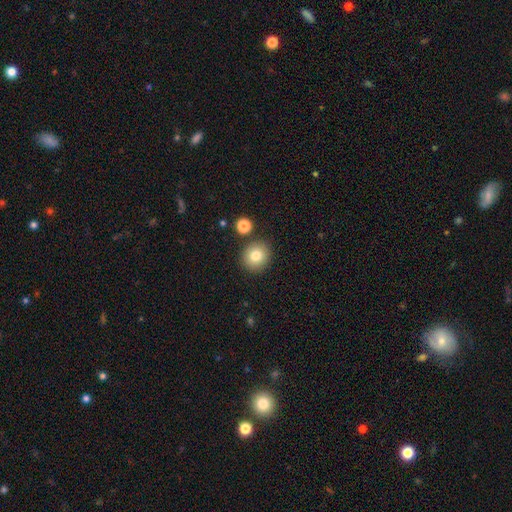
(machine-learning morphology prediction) The model was most divided on "how rounded": round: 84%, in between: 15%, cigar-shaped: 1%. More confident: merging — none (85%); smooth or featured — smooth (80%).